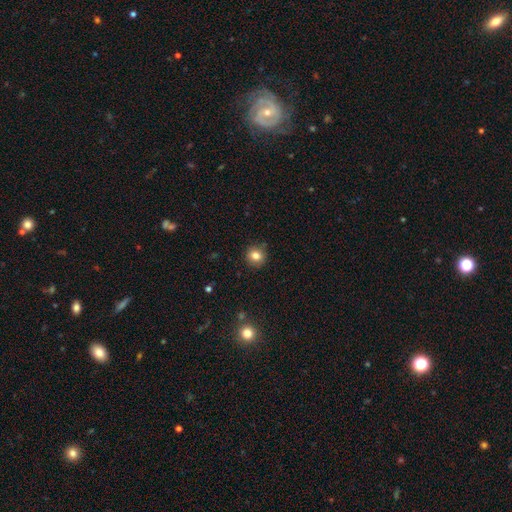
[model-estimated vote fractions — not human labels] Q: Smooth or featured?
A: smooth (82%); runner-up: star or artifact (11%)
Q: How rounded?
A: round (89%); runner-up: in between (10%)
Q: Merging?
A: none (89%); runner-up: minor disturbance (8%)